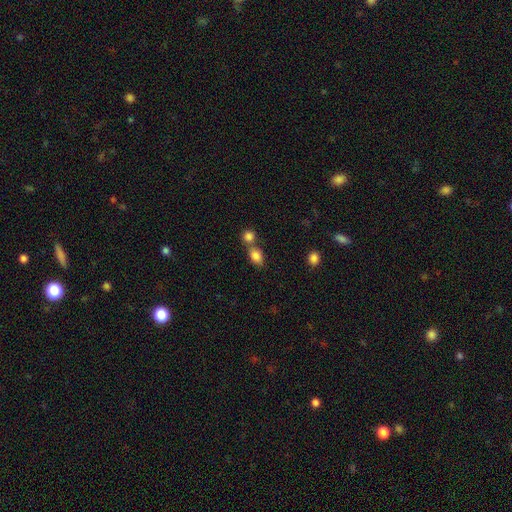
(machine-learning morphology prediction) smooth_or_featured: smooth (p=0.84) [alt: star or artifact p=0.10]
how_rounded: in between (p=0.68) [alt: round p=0.30]
merging: none (p=0.45) [alt: merger p=0.42]